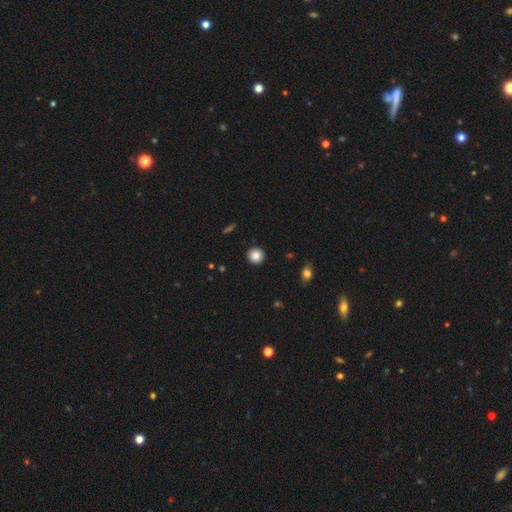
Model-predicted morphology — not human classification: Smooth or featured? smooth (87%)
How rounded? round (94%)
Merging? none (92%)